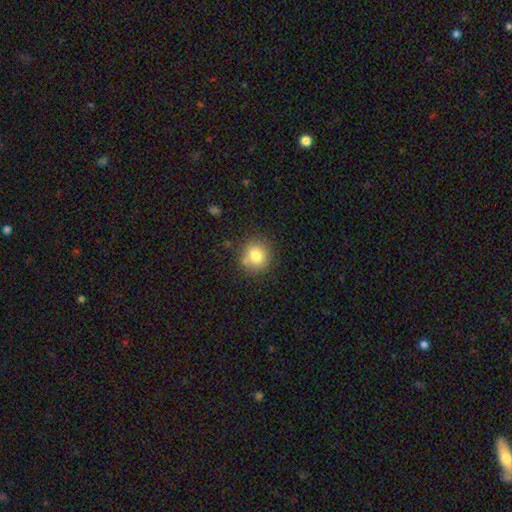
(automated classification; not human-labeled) Smooth or featured? Predicted: smooth (p=0.80). How rounded? Predicted: round (p=0.87). Merging? Predicted: none (p=0.79).